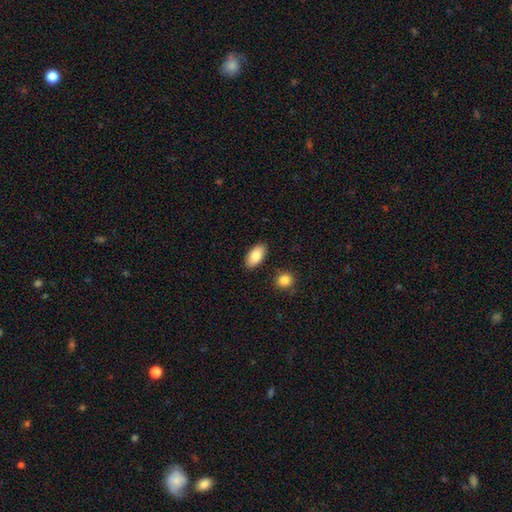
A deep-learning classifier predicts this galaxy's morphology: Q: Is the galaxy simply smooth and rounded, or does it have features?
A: smooth — 86%.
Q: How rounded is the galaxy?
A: in between — 93%.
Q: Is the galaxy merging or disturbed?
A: none — 87%.